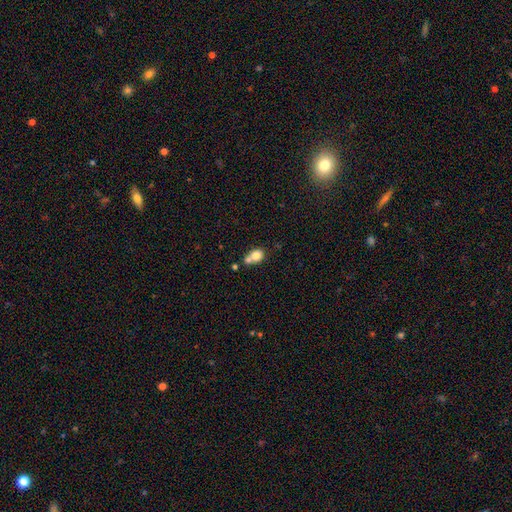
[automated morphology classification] type=smooth (77%); roundness=round (60%); merging=merger (52%).